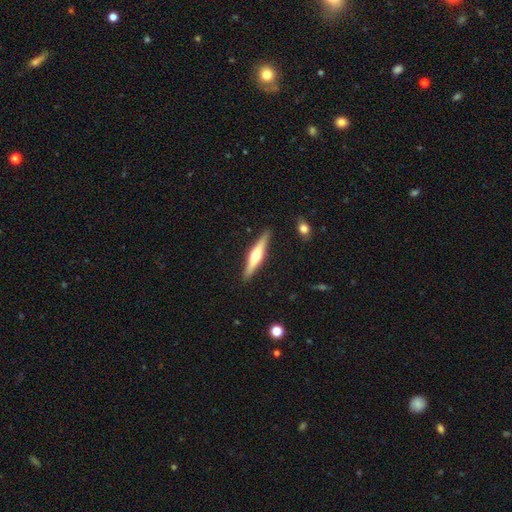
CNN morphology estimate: Overall: featured or disk (64%; smooth 31%). Edge-on disk: yes (97%). Edge-on bulge: rounded (93%). Merging: none (90%).